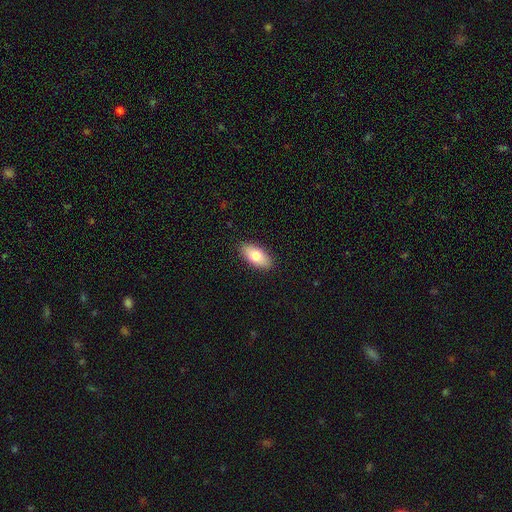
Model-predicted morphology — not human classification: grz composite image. It shows a smooth galaxy with no disk features (76%) that is in between round and cigar-shaped (89%). Merging: none (89%).